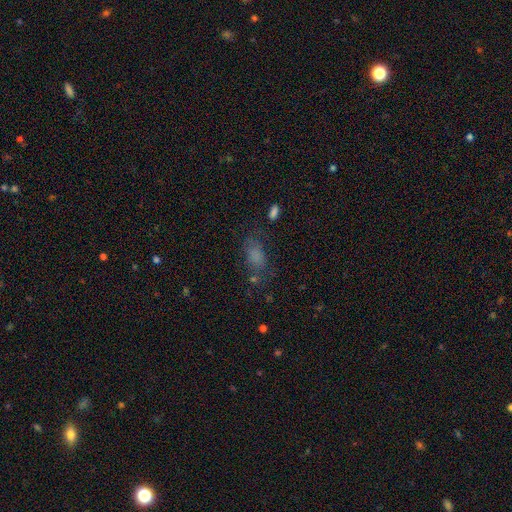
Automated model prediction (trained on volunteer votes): smooth-or-featured: smooth: 69% | star or artifact: 17% | featured or disk: 14%
  how-rounded: in between: 81% | round: 12% | cigar-shaped: 6%
  merging: none: 60% | minor disturbance: 21% | major disturbance: 15% | merger: 5%